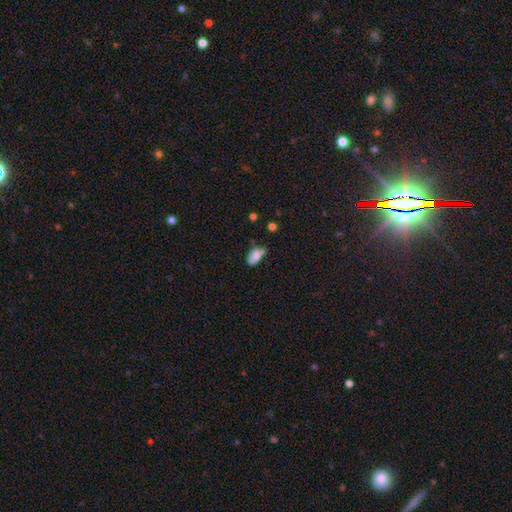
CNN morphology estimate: smooth_or_featured: smooth (p=0.59) [alt: featured or disk p=0.30]
how_rounded: in between (p=0.85) [alt: round p=0.11]
merging: none (p=0.34) [alt: minor disturbance p=0.26]